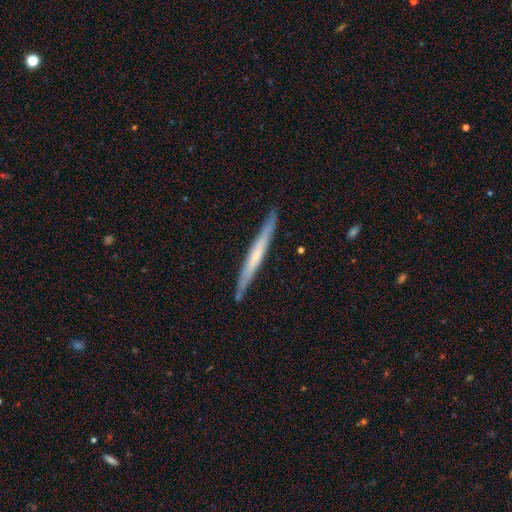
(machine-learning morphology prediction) A featured or disk galaxy (54%) viewed edge-on (95%) with no central bulge (68%).

Vote fractions:
- Smooth or featured? featured or disk: 54% / smooth: 40% / star or artifact: 6%
- Edge-on disk? yes: 95% / no: 5%
- Edge-on bulge? none: 68% / rounded: 27% / boxy: 6%
- Merging? none: 87% / minor disturbance: 9% / merger: 2% / major disturbance: 1%